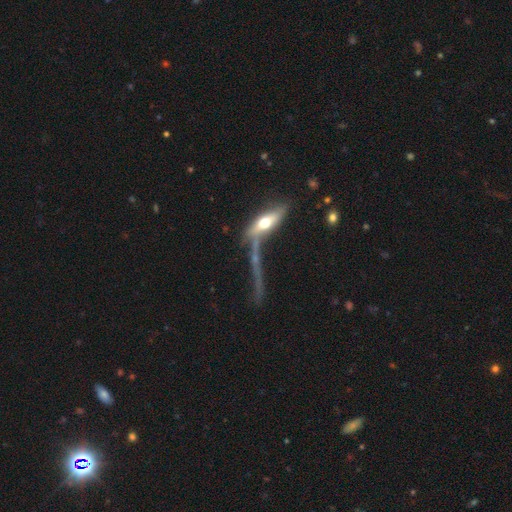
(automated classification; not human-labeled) A featured or disk galaxy (59%) viewed edge-on (68%).

Vote fractions:
- Smooth or featured? featured or disk: 59% / smooth: 28% / star or artifact: 13%
- Edge-on disk? yes: 68% / no: 32%
- Merging? merger: 35% / none: 31% / major disturbance: 20% / minor disturbance: 14%